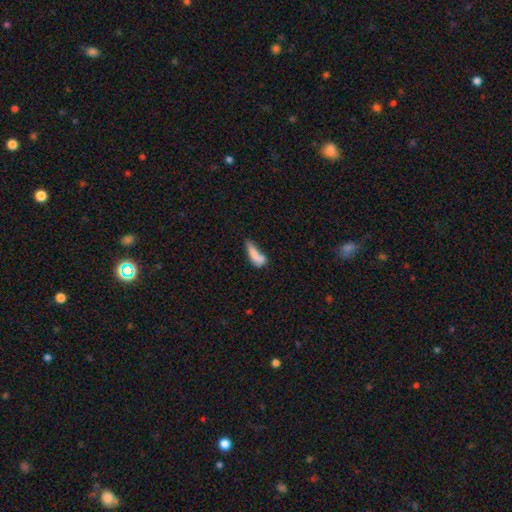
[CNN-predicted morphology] The model was most divided on "how rounded": cigar-shaped: 50%, in between: 47%, round: 3%. Remaining: smooth or featured — smooth (75%); merging — none (31%).